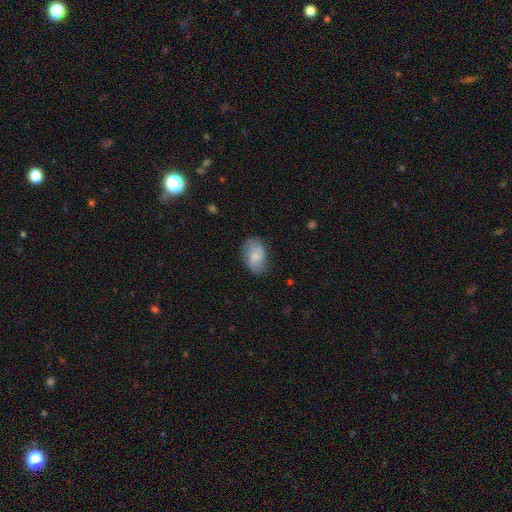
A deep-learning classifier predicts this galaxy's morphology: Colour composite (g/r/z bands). It shows a smooth galaxy with no disk features (76%) that is in between round and cigar-shaped (90%). Merging: none (79%).